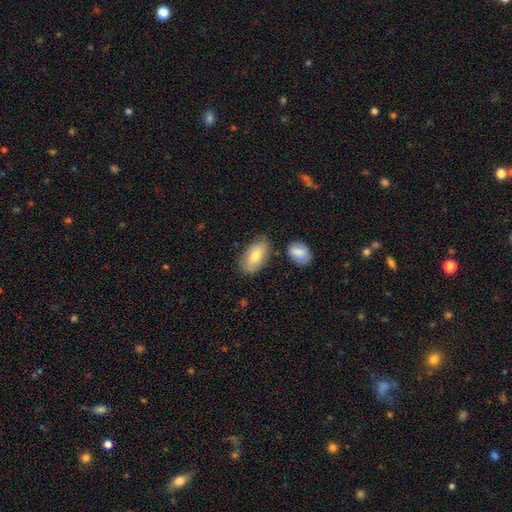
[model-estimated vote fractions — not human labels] smooth 74%, featured or disk 20%, star or artifact 6%. Down the decision tree: how rounded — in between (92%); merging — none (73%).